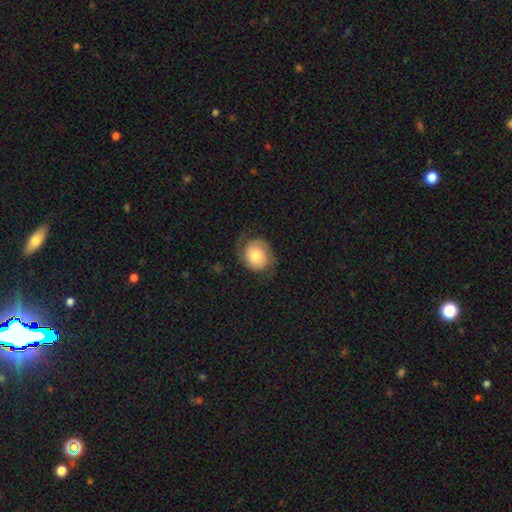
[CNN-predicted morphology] Smooth or featured?
  - featured or disk: 59% *
  - smooth: 34%
  - star or artifact: 8%
Edge-on disk?
  - no: 97% *
  - yes: 3%
Bar?
  - no: 79% *
  - weak: 18%
  - strong: 4%
Spiral arms?
  - yes: 91% *
  - no: 9%
Spiral winding?
  - tight: 39% *
  - medium: 38%
  - loose: 23%
Spiral arm count?
  - 2: 85% *
  - can't tell: 6%
  - 1: 5%
  - 3: 2%
  - 4: 1%
  - more than 4: 1%
Bulge size?
  - moderate: 44% *
  - small: 24%
  - large: 22%
  - dominant: 7%
  - none: 4%
Merging?
  - none: 68% *
  - minor disturbance: 19%
  - major disturbance: 12%
  - merger: 1%